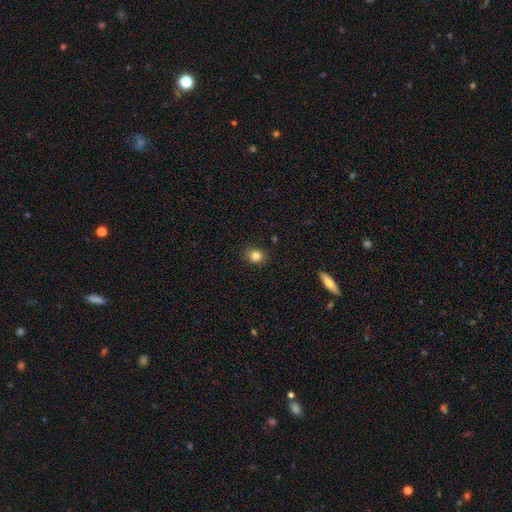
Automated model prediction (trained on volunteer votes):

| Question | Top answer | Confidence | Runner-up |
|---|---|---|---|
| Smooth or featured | smooth | 84% | star or artifact (11%) |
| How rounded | round | 62% | in between (37%) |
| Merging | none | 87% | minor disturbance (10%) |